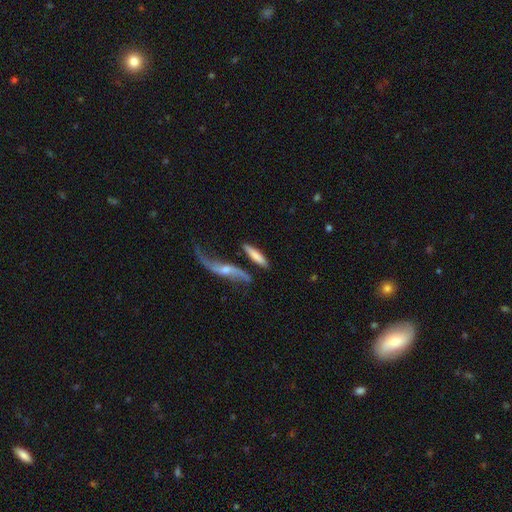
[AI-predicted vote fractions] Smooth or featured?
  - smooth: 65% *
  - featured or disk: 28%
  - star or artifact: 6%
How rounded?
  - cigar-shaped: 69% *
  - in between: 28%
  - round: 3%
Merging?
  - none: 56% *
  - merger: 19%
  - minor disturbance: 16%
  - major disturbance: 9%